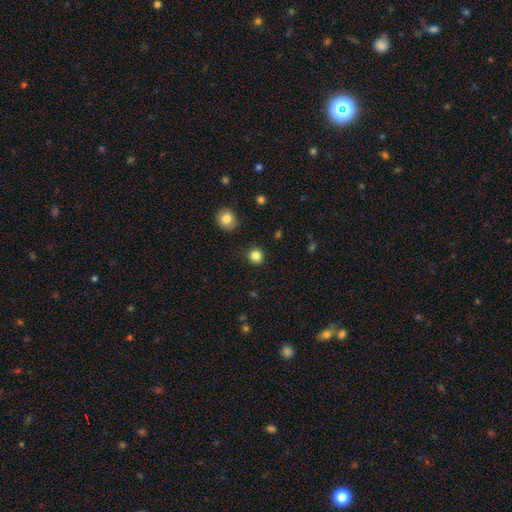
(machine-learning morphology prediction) Smooth or featured: smooth — 85% (star or artifact — 11%)
How rounded: round — 90% (in between — 9%)
Merging: none — 90% (minor disturbance — 7%)